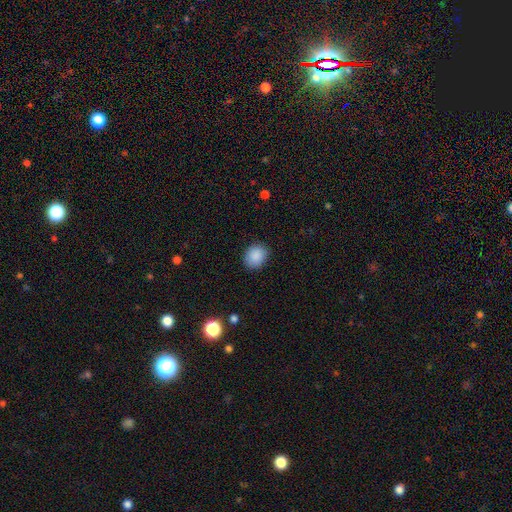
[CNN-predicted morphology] This is clearly a smooth galaxy (89%). How rounded: possibly round (55%). Merging: clearly none (87%).